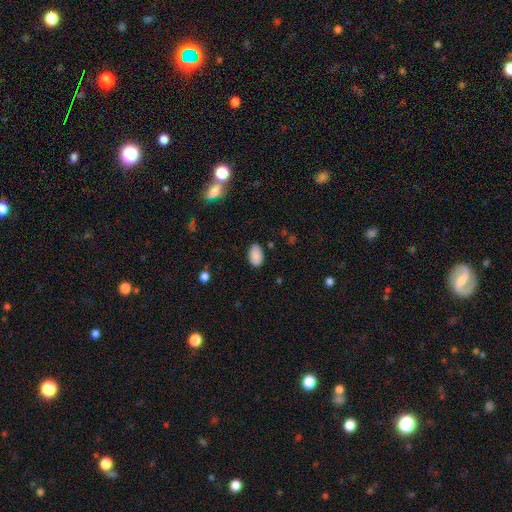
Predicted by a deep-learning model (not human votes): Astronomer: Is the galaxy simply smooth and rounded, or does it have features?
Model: smooth — 88%.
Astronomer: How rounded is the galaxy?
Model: in between — 93%.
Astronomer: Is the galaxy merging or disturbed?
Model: none — 81%.